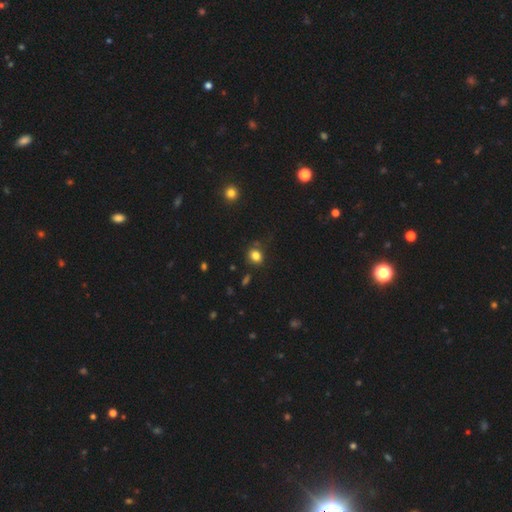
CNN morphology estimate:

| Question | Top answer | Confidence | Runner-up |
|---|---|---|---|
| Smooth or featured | smooth | 82% | star or artifact (13%) |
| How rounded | round | 66% | in between (33%) |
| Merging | none | 79% | minor disturbance (14%) |